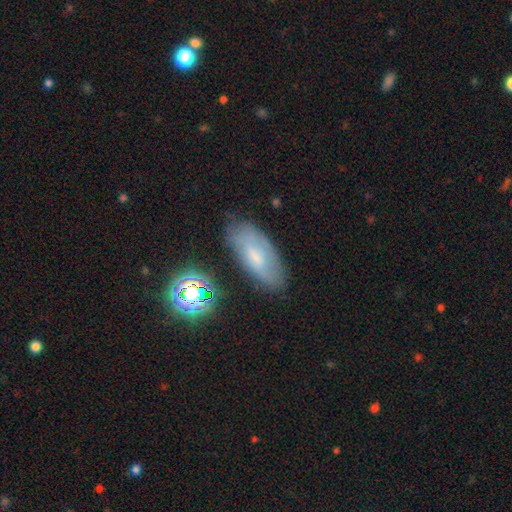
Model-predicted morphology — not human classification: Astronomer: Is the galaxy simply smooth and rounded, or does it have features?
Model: smooth — 52% (runner-up: featured or disk, 35%).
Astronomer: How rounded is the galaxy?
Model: in between — 85%.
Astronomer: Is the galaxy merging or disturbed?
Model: none — 71%.